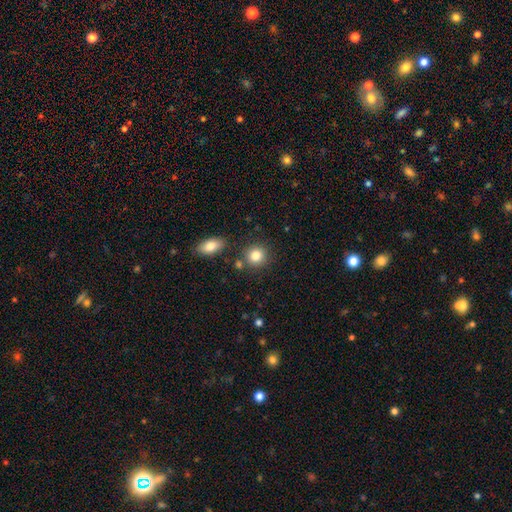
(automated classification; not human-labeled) smooth_or_featured: smooth (p=0.83) [alt: star or artifact p=0.10]
how_rounded: round (p=0.85) [alt: in between p=0.14]
merging: none (p=0.79) [alt: merger p=0.09]